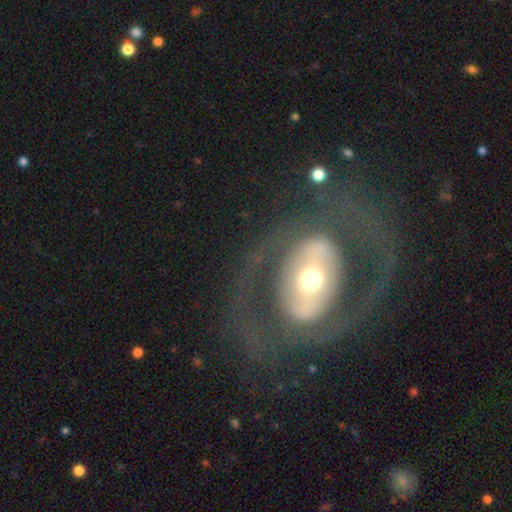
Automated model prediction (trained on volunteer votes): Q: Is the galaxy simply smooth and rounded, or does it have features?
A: featured or disk — 79%.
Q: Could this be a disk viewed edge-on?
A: no — 94%.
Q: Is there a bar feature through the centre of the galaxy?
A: no — 37%, tied with strong.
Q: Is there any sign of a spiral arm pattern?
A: yes — 58%.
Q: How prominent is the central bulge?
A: moderate — 64%.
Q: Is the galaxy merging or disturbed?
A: none — 72%.